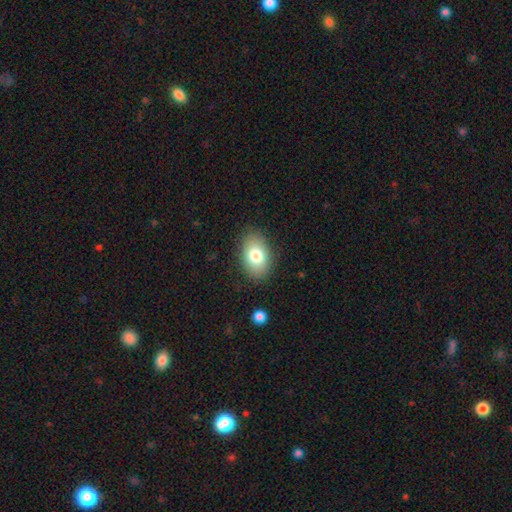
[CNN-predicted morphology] Smooth or featured?
  - smooth: 80% *
  - featured or disk: 13%
  - star or artifact: 8%
How rounded?
  - in between: 87% *
  - round: 12%
  - cigar-shaped: 1%
Merging?
  - none: 86% *
  - minor disturbance: 10%
  - major disturbance: 3%
  - merger: 1%